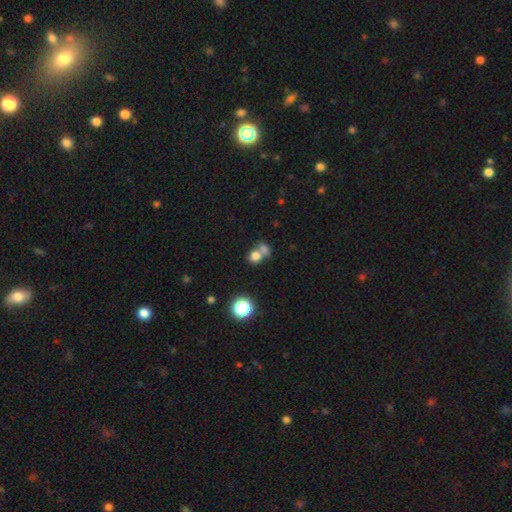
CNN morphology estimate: Overall: smooth (76%). How rounded: round (68%; in between 31%). Merging: merger (54%; none 35%).